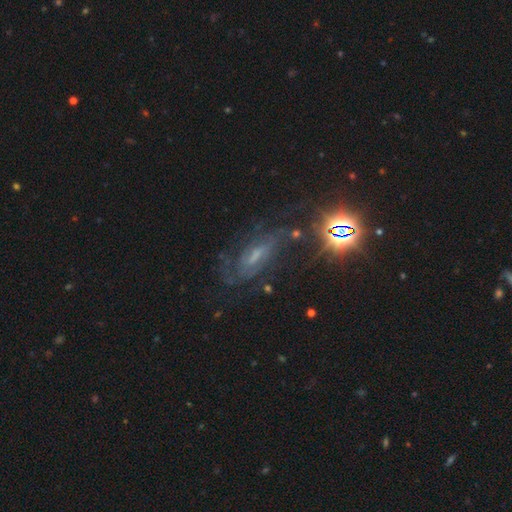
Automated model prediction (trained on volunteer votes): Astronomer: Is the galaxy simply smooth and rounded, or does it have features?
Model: featured or disk — 60%.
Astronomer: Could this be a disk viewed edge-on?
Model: no — 84%.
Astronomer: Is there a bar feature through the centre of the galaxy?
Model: weak — 42% (runner-up: no, 30%).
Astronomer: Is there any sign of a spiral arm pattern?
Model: yes — 80%.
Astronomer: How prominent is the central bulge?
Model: small — 40% (runner-up: moderate, 31%).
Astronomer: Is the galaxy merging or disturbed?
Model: none — 56%.